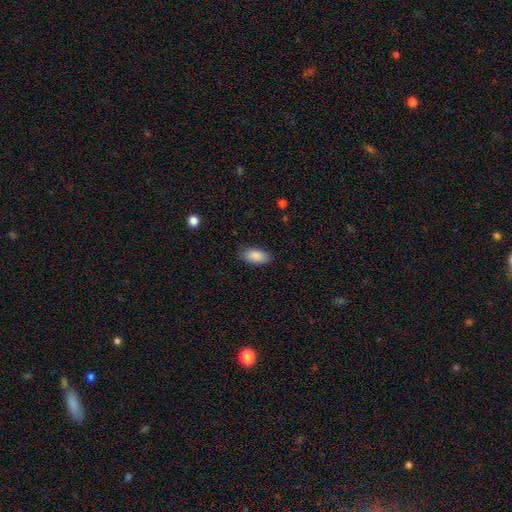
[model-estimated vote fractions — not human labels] Q: Smooth or featured?
A: smooth (89%); runner-up: star or artifact (7%)
Q: How rounded?
A: in between (92%); runner-up: cigar-shaped (5%)
Q: Merging?
A: none (86%); runner-up: minor disturbance (10%)